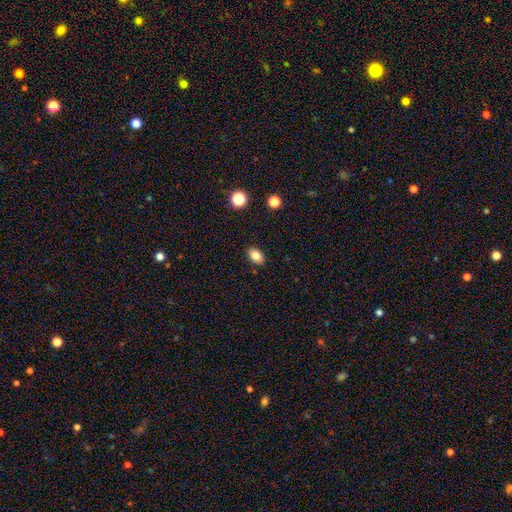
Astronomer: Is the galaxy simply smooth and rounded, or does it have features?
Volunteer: smooth — 87%.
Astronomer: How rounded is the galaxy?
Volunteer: in between — 97%.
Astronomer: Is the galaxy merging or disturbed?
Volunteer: none — 83%.